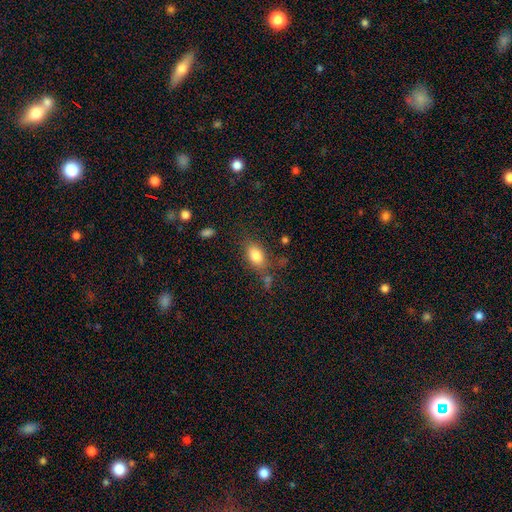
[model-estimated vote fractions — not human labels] Q: Smooth or featured?
A: smooth (82%); runner-up: featured or disk (9%)
Q: How rounded?
A: in between (86%); runner-up: round (11%)
Q: Merging?
A: none (66%); runner-up: minor disturbance (18%)